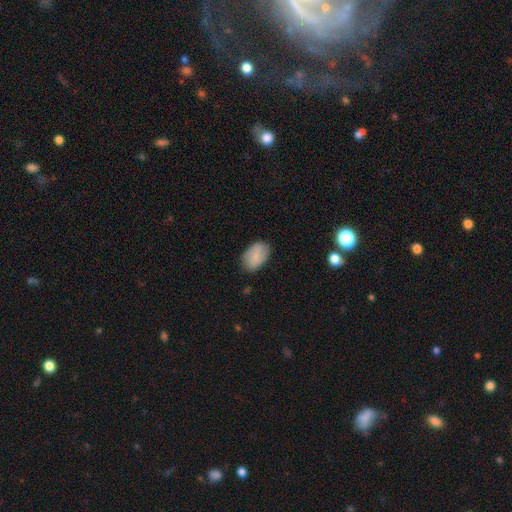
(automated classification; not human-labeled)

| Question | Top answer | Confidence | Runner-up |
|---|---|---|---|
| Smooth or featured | smooth | 78% | featured or disk (16%) |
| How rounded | in between | 90% | round (9%) |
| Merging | none | 81% | minor disturbance (14%) |